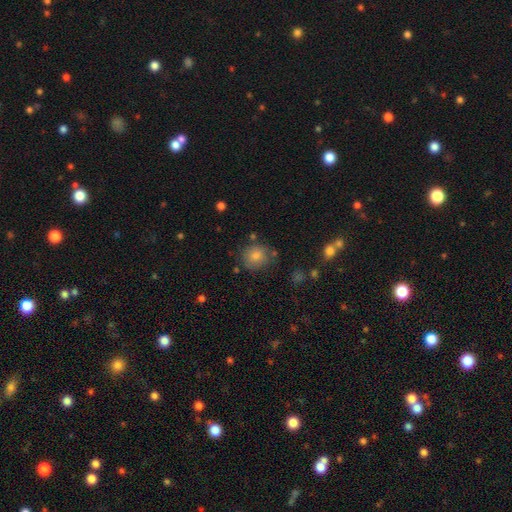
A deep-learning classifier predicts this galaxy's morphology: Smooth or featured? smooth (81%)
How rounded? round (85%)
Merging? none (75%)